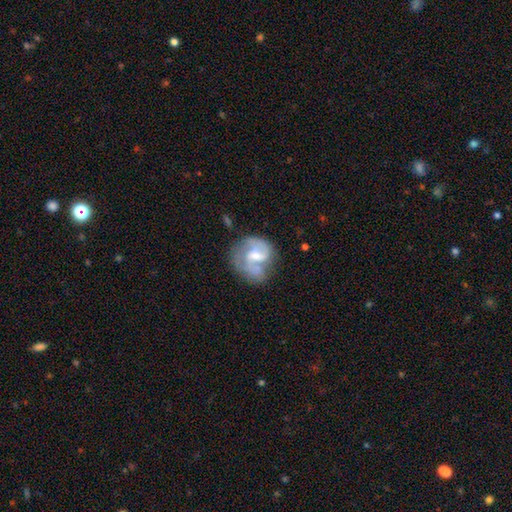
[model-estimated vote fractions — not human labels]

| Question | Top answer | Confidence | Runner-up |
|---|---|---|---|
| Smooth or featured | featured or disk | 69% | smooth (24%) |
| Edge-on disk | no | 98% | yes (2%) |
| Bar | weak | 52% | no (35%) |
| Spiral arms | yes | 83% | no (17%) |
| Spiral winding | medium | 47% | loose (29%) |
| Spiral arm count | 2 | 64% | 1 (14%) |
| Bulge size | moderate | 50% | small (35%) |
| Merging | none | 42% | minor disturbance (23%) |